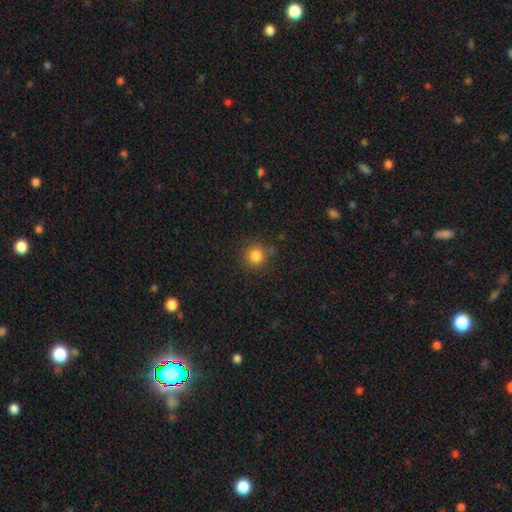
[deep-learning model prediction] Smooth or featured? smooth (83%)
How rounded? round (89%)
Merging? none (81%)